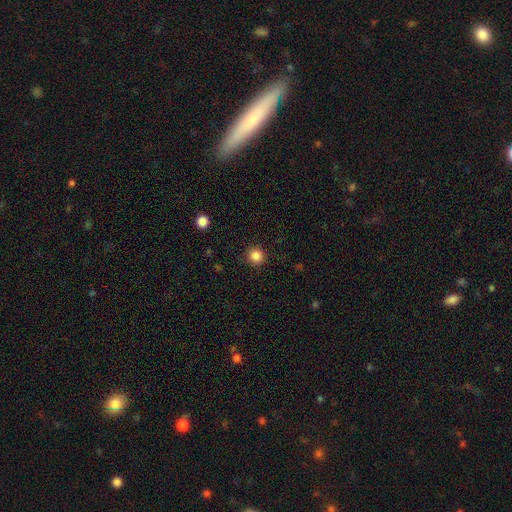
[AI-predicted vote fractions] A smooth galaxy with no disk features (86%) that is round (95%).

Vote fractions:
- Smooth or featured? smooth: 86% / star or artifact: 11% / featured or disk: 3%
- How rounded? round: 95% / in between: 4% / cigar-shaped: 1%
- Merging? none: 91% / minor disturbance: 6% / major disturbance: 2% / merger: 1%